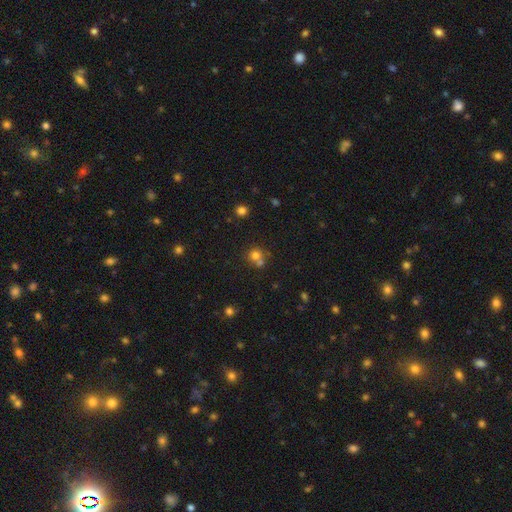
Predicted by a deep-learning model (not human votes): A smooth galaxy with no disk features (73%) that is round (87%).

Vote fractions:
- Smooth or featured? smooth: 73% / star or artifact: 17% / featured or disk: 11%
- How rounded? round: 87% / in between: 12% / cigar-shaped: 1%
- Merging? none: 51% / merger: 39% / minor disturbance: 7% / major disturbance: 3%